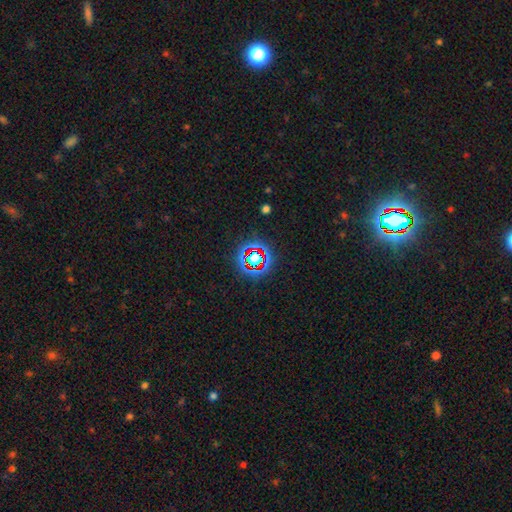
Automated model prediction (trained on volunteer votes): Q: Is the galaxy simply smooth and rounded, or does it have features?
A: star or artifact — 69%.